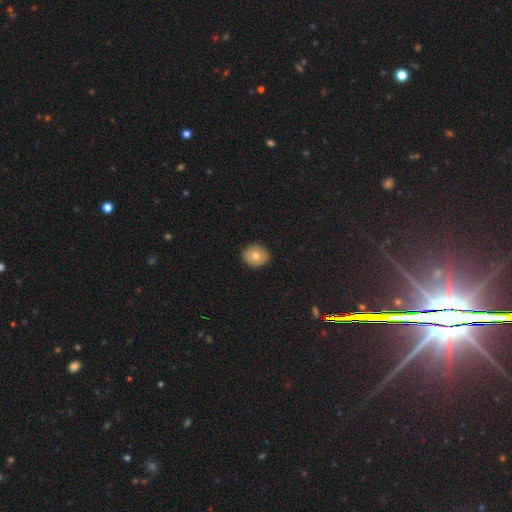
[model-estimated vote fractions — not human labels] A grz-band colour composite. It shows a smooth galaxy with no disk features (66%) that is round (68%). Merging: none (89%).